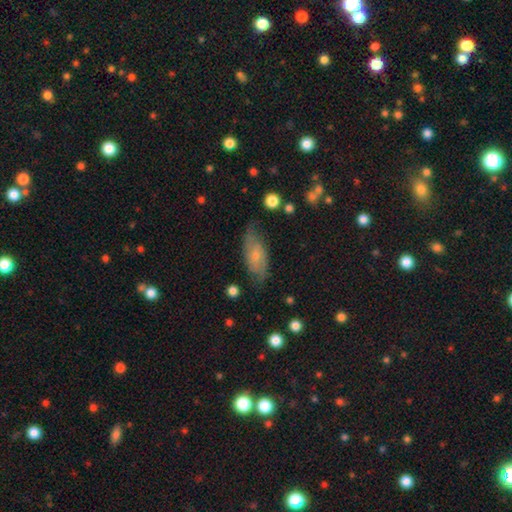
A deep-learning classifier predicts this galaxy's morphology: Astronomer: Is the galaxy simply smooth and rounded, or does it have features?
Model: featured or disk — 47% (runner-up: smooth, 46%).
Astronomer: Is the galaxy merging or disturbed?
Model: none — 67%.